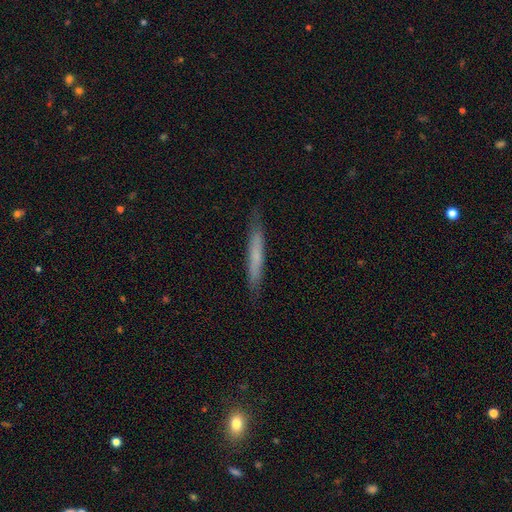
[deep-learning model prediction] A smooth galaxy with no disk features (62%) that is cigar-shaped (95%).

Vote fractions:
- Smooth or featured? smooth: 62% / featured or disk: 32% / star or artifact: 6%
- How rounded? cigar-shaped: 95% / in between: 3% / round: 1%
- Merging? none: 86% / minor disturbance: 11% / major disturbance: 2% / merger: 1%